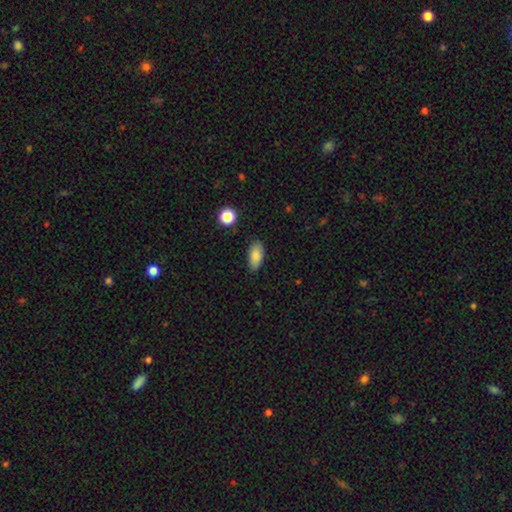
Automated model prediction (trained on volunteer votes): A smooth galaxy with no disk features (84%) that is in between round and cigar-shaped (89%). Merging: none (84%).